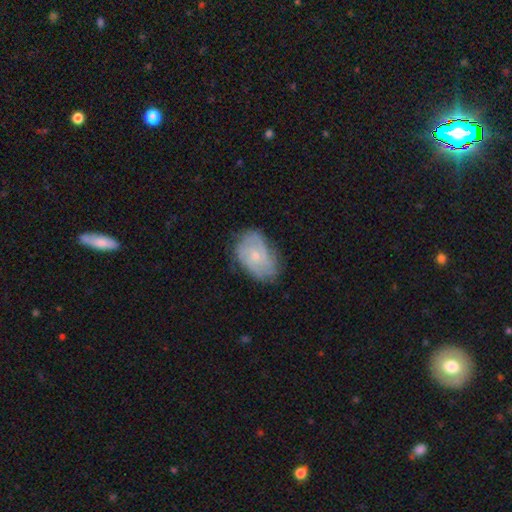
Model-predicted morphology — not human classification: A featured or disk galaxy (65%) with no bar (72%), tight (50%) spiral arms (86%) and a small central bulge (60%).

Vote fractions:
- Smooth or featured? featured or disk: 65% / smooth: 28% / star or artifact: 7%
- Edge-on disk? no: 97% / yes: 3%
- Bar? no: 72% / weak: 25% / strong: 3%
- Spiral arms? yes: 86% / no: 14%
- Spiral winding? tight: 50% / medium: 36% / loose: 14%
- Spiral arm count? can't tell: 43% / 2: 20% / 3: 18% / 4: 10% / 1: 5% / more than 4: 5%
- Bulge size? small: 60% / moderate: 34% / none: 4% / large: 1% / dominant: 1%
- Merging? none: 68% / minor disturbance: 24% / major disturbance: 8% / merger: 1%